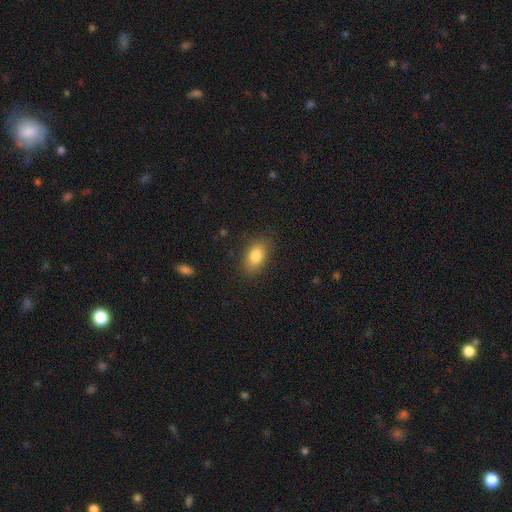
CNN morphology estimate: Smooth or featured: smooth — 83% (featured or disk — 8%)
How rounded: in between — 87% (round — 11%)
Merging: none — 83% (minor disturbance — 12%)